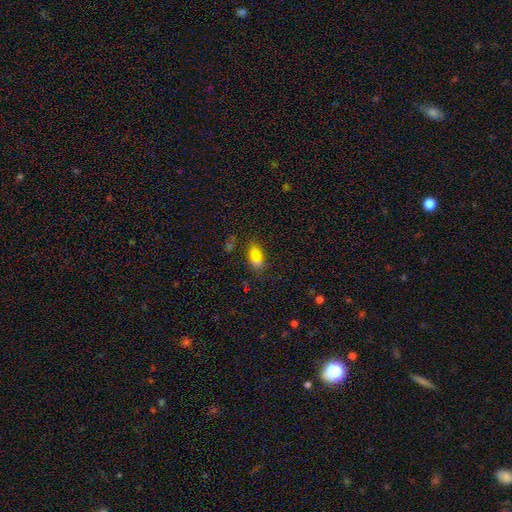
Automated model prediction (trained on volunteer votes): Smooth or featured: smooth — 72% (star or artifact — 18%)
How rounded: in between — 80% (round — 15%)
Merging: none — 56% (merger — 23%)